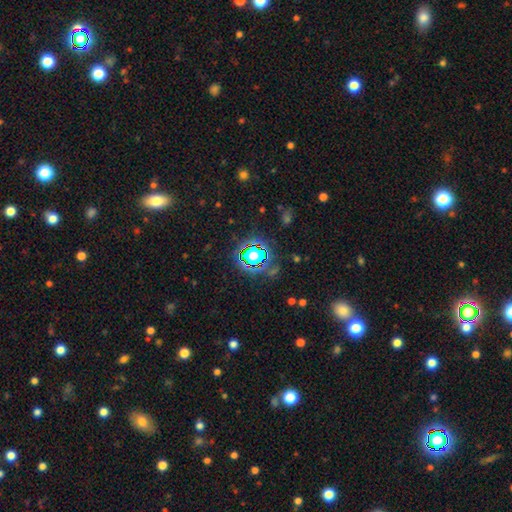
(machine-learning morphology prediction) This appears to be a star or artifact, not a galaxy (76%).